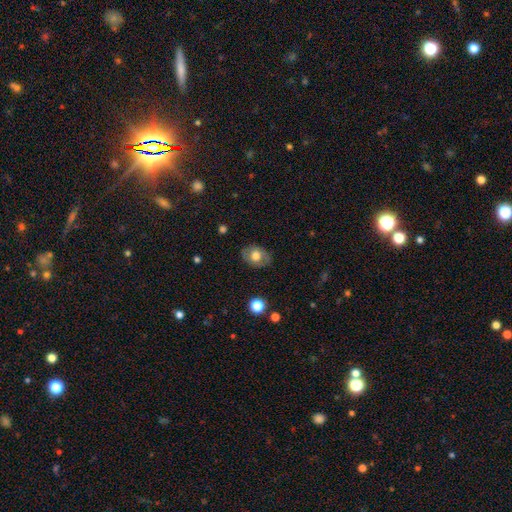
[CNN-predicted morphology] A smooth galaxy with no disk features (68%) that is in between round and cigar-shaped (71%). Merging: none (82%).